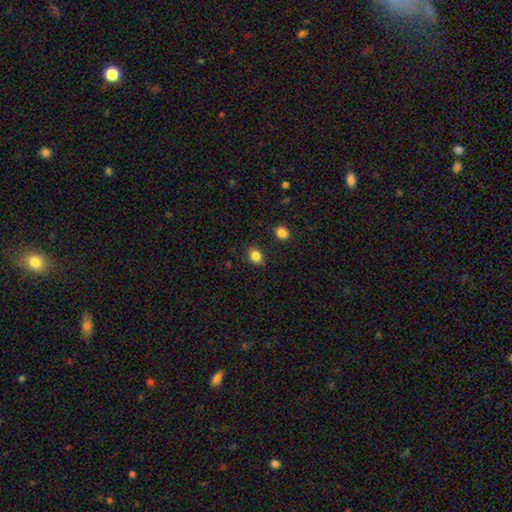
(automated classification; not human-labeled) Smooth or featured? Predicted: smooth (p=0.85). How rounded? Predicted: round (p=0.57). Merging? Predicted: none (p=0.84).